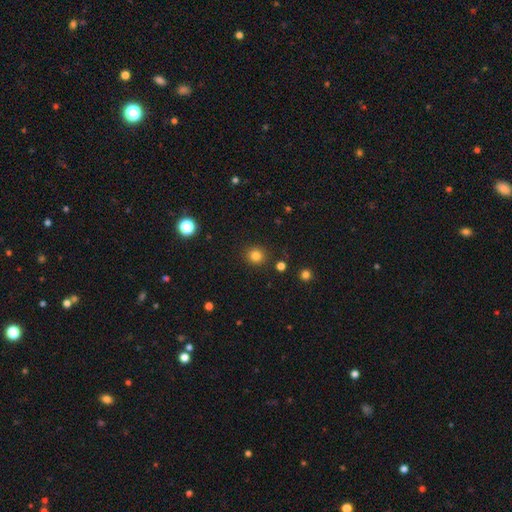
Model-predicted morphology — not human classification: type=smooth (82%); roundness=round (90%); merging=none (89%).